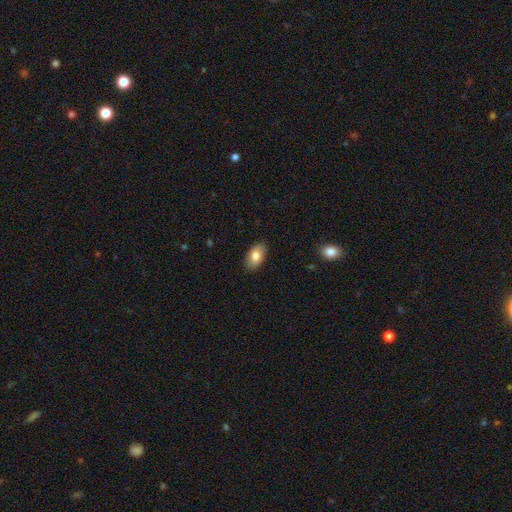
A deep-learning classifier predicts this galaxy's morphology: The model was most divided on "smooth or featured": smooth: 80%, featured or disk: 13%, star or artifact: 7%. More confident: how rounded — in between (93%); merging — none (88%).